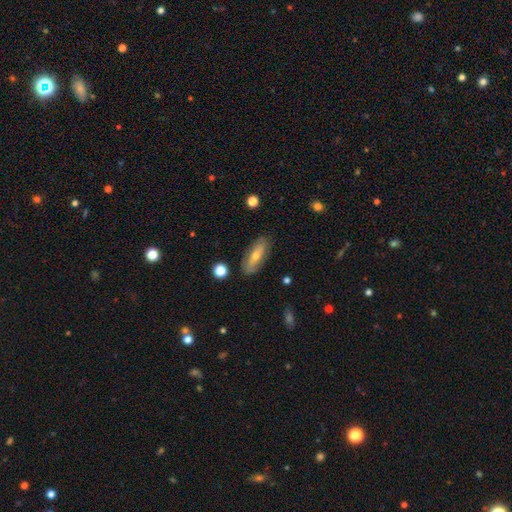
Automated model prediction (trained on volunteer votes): Morphology: type=featured or disk (48%); merging=none (84%).